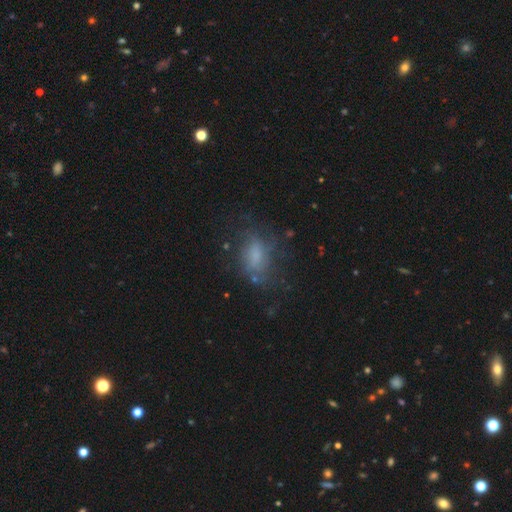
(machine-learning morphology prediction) The model was most divided on "smooth or featured": smooth: 52%, featured or disk: 34%, star or artifact: 14%. More confident: how rounded — in between (81%); merging — none (52%).